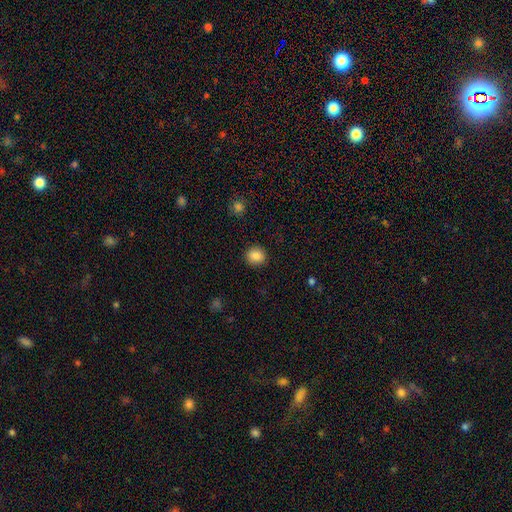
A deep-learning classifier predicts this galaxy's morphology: smooth_or_featured: smooth (p=0.87) [alt: star or artifact p=0.09]
how_rounded: round (p=0.78) [alt: in between p=0.21]
merging: none (p=0.90) [alt: minor disturbance p=0.06]